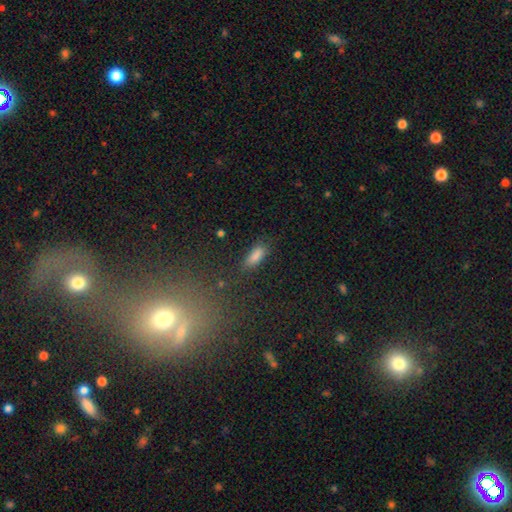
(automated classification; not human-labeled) Smooth or featured? smooth (81%)
How rounded? in between (69%)
Merging? none (77%)